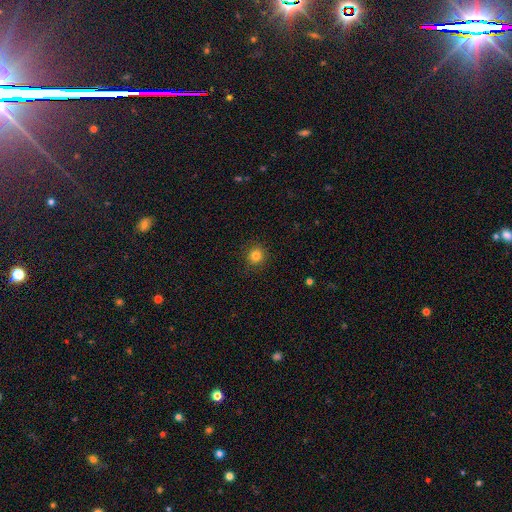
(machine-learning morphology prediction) type=smooth (82%); roundness=round (92%); merging=none (90%).